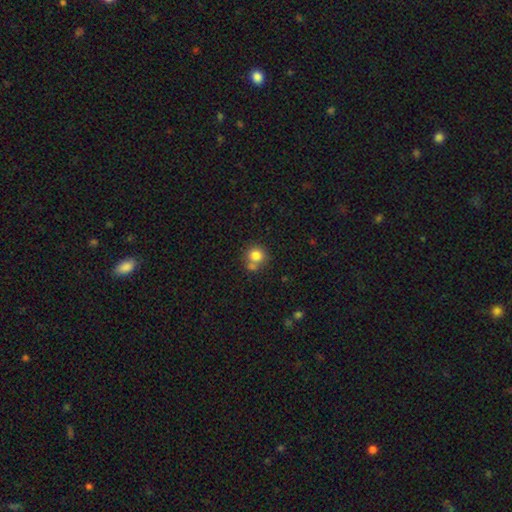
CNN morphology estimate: Smooth or featured: smooth — 80% (star or artifact — 11%)
How rounded: round — 88% (in between — 11%)
Merging: none — 59% (merger — 25%)